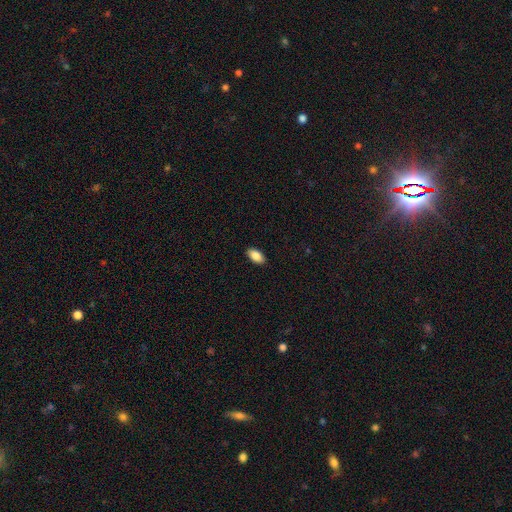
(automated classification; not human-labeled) Morphology: type=smooth (88%); roundness=in between (94%); merging=none (90%).